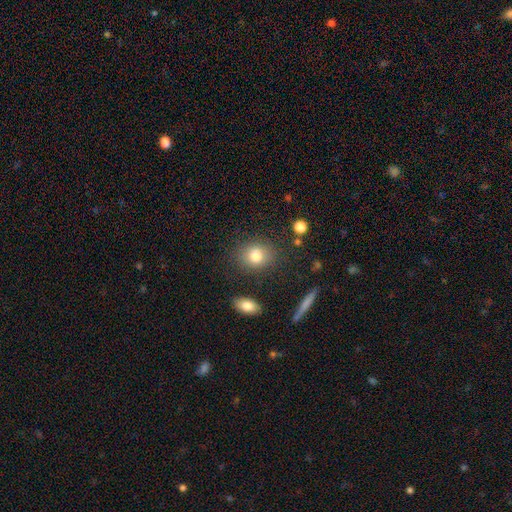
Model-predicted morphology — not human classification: Smooth or featured? smooth (80%)
How rounded? round (57%)
Merging? none (83%)